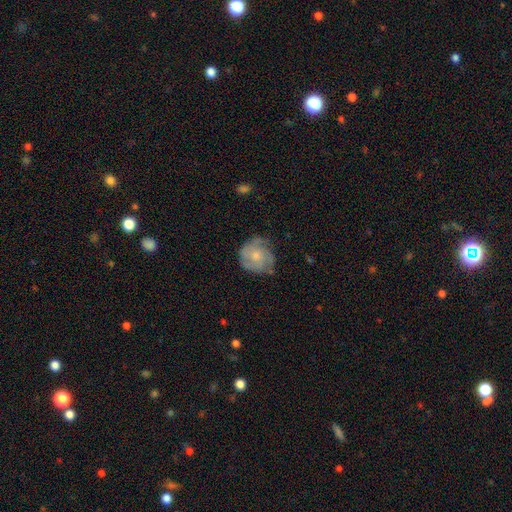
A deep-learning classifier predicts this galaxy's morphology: smooth-or-featured: featured or disk: 57% | smooth: 36% | star or artifact: 7%
  disk-edge-on: no: 98% | yes: 2%
    bar: no: 82% | weak: 16% | strong: 2%
    has-spiral-arms: yes: 80% | no: 20%
    bulge-size: small: 47% | moderate: 45% | none: 4% | large: 3% | dominant: 1%
  merging: none: 66% | minor disturbance: 24% | major disturbance: 9% | merger: 2%